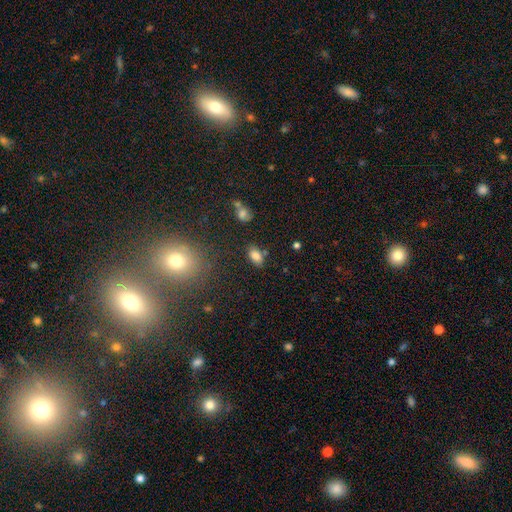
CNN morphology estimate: A smooth galaxy with no disk features (83%) that is in between round and cigar-shaped (89%). Merging: none (75%).